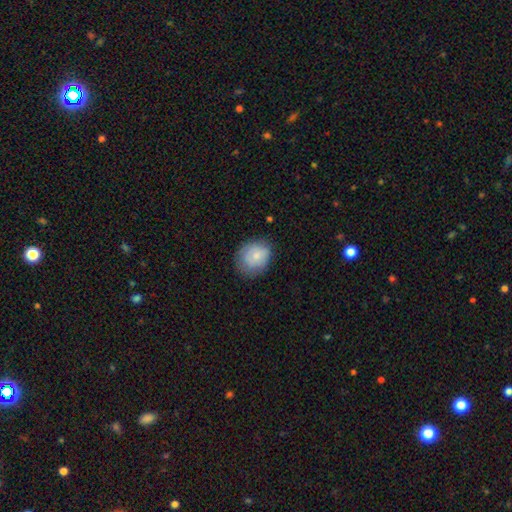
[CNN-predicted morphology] Smooth or featured: smooth — 77% (featured or disk — 16%)
How rounded: round — 59% (in between — 40%)
Merging: none — 72% (minor disturbance — 21%)